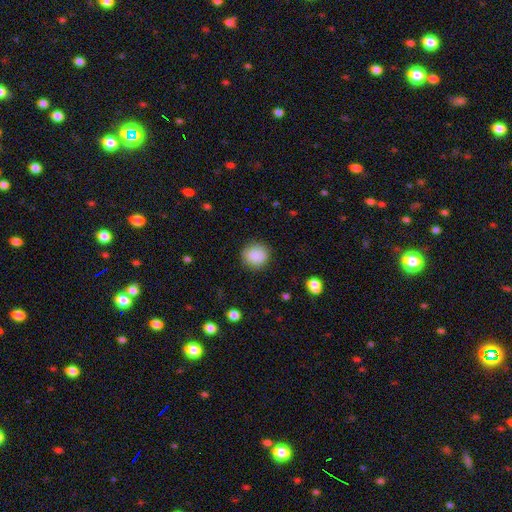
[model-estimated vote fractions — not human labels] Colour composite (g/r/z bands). It shows a smooth galaxy with no disk features (88%) that is round (89%). Merging: none (87%).